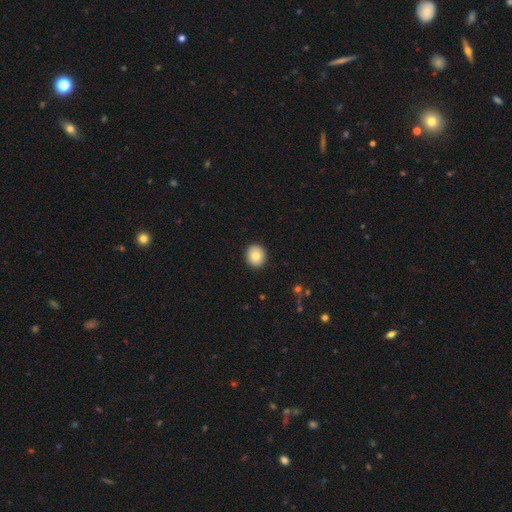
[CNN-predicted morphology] smooth 83%, featured or disk 9%, star or artifact 8%. Down the decision tree: how rounded — round (78%); merging — none (91%).